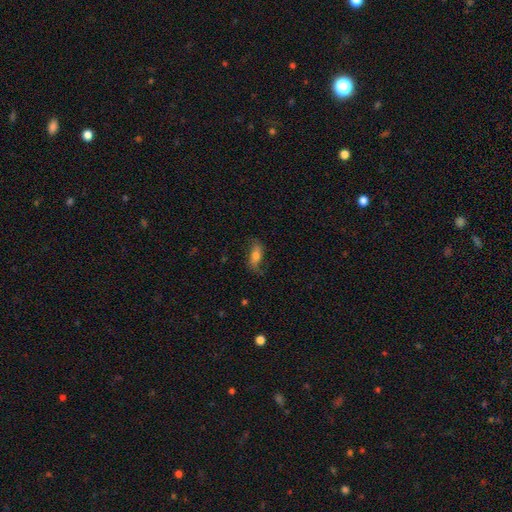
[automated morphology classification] The model was most divided on "smooth or featured": smooth: 61%, featured or disk: 30%, star or artifact: 8%. More confident: how rounded — in between (81%); merging — none (70%).